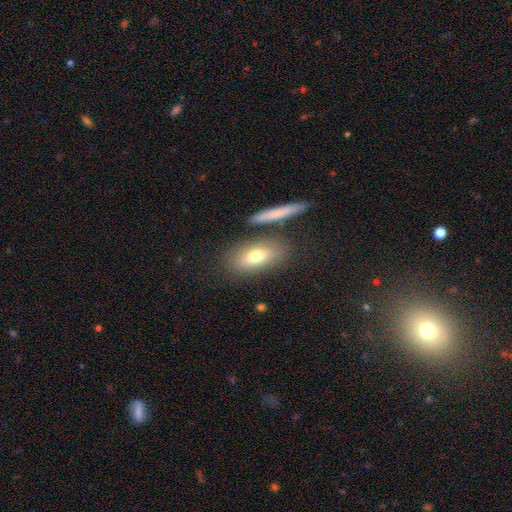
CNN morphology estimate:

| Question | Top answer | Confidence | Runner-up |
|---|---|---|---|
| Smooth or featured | smooth | 71% | featured or disk (21%) |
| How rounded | in between | 77% | cigar-shaped (15%) |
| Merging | none | 76% | minor disturbance (12%) |